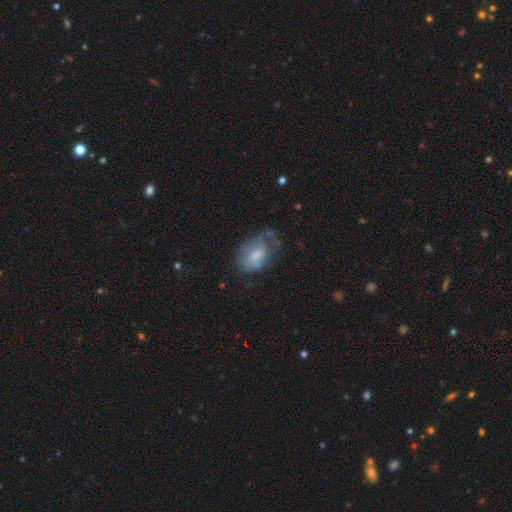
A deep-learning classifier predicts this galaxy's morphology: smooth 49%, featured or disk 42%, star or artifact 8%. Down the decision tree: merging — none (33%).